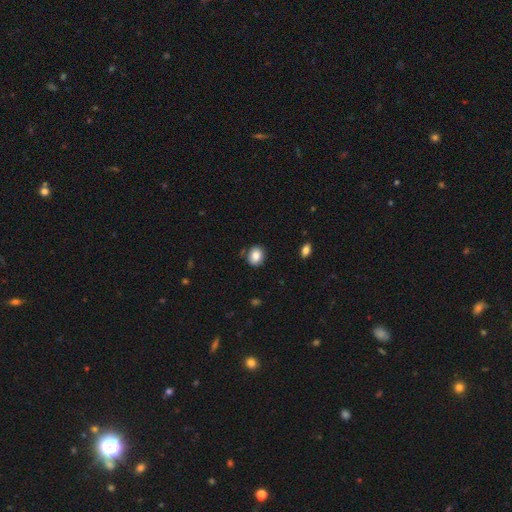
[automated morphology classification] This appears to be a smooth galaxy with no disk features (84%) that is round (59%). Merging: none (81%).